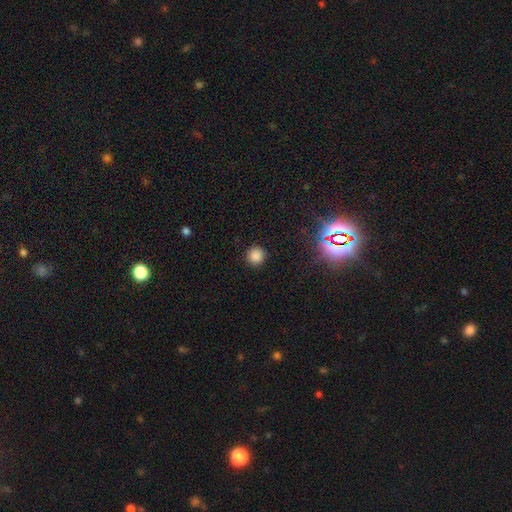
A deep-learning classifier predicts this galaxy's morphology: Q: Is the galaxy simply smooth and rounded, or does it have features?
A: smooth — 82%.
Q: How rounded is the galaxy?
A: round — 95%.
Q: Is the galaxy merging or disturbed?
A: none — 91%.